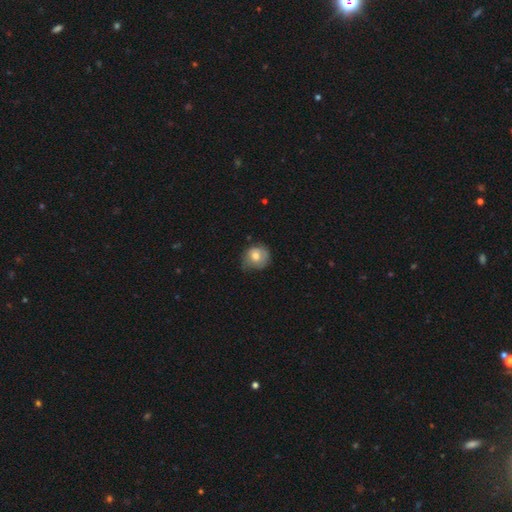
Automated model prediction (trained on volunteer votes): Smooth or featured: smooth — 72% (featured or disk — 20%)
How rounded: round — 80% (in between — 19%)
Merging: none — 59% (minor disturbance — 32%)